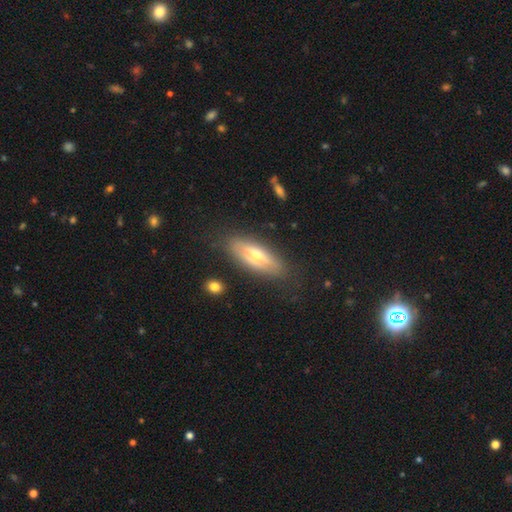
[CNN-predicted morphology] This appears to be a smooth galaxy with no disk features (48%). Merging: none (82%).